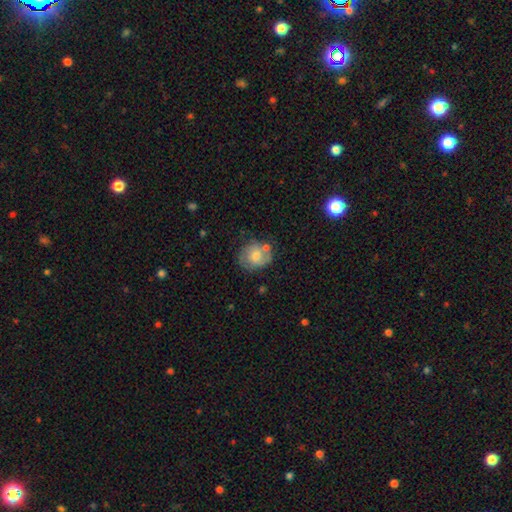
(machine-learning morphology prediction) Smooth or featured? smooth (53%)
How rounded? round (71%)
Merging? none (59%)